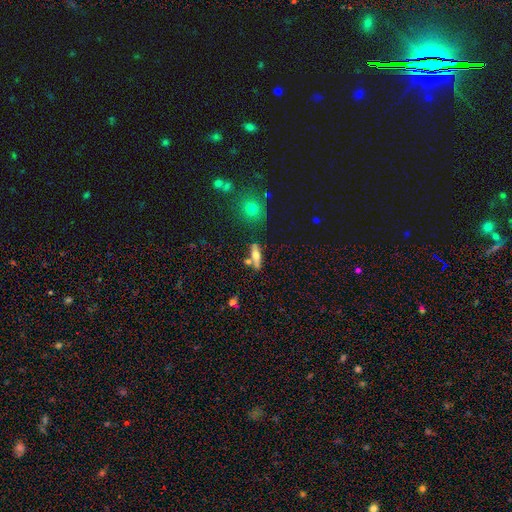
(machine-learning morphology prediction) smooth 46%, featured or disk 45%, star or artifact 8%. Down the decision tree: merging — none (69%).